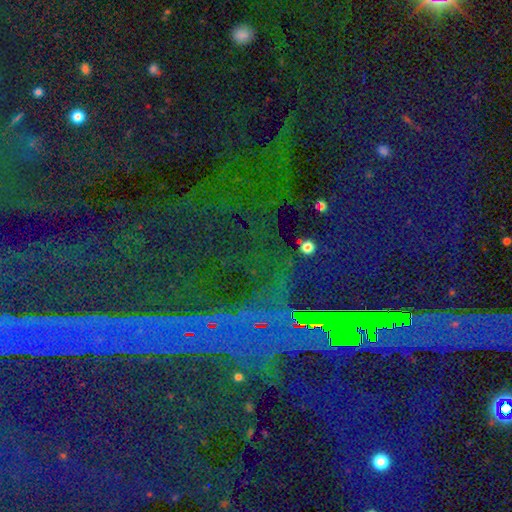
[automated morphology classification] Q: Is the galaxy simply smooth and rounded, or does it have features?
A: star or artifact — 88%.